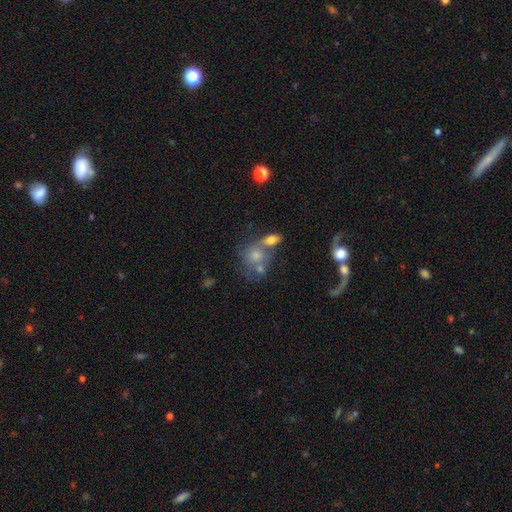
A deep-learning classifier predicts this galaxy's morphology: This is possibly a smooth galaxy (48%). Merging: possibly merger (45%).